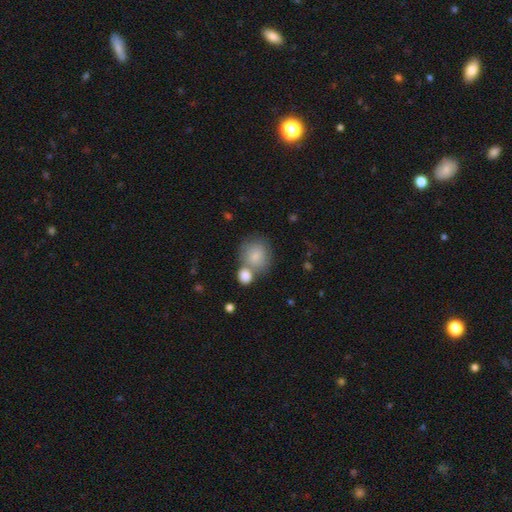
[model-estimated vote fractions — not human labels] smooth_or_featured: smooth (p=0.80) [alt: featured or disk p=0.13]
how_rounded: round (p=0.78) [alt: in between p=0.21]
merging: none (p=0.42) [alt: merger p=0.39]